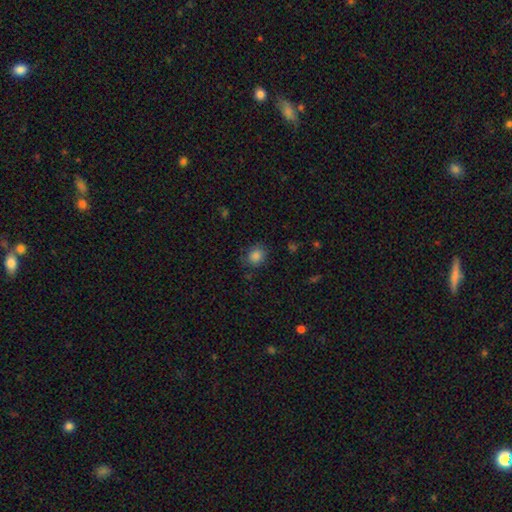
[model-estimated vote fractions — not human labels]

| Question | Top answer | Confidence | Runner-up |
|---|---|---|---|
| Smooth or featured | smooth | 85% | star or artifact (11%) |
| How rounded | round | 70% | in between (29%) |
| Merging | none | 79% | minor disturbance (15%) |